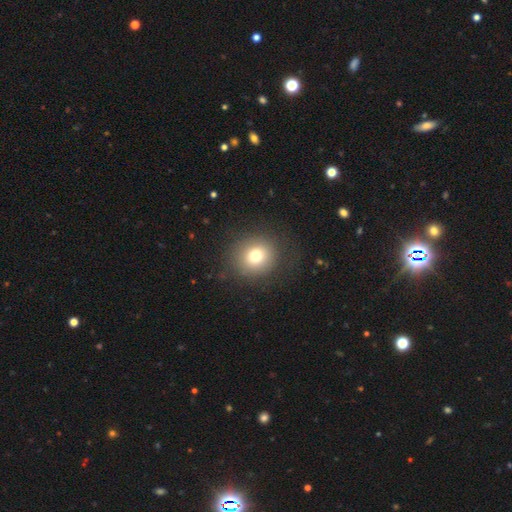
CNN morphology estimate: The model was most divided on "smooth or featured": smooth: 74%, star or artifact: 13%, featured or disk: 13%. More confident: how rounded — round (87%); merging — none (83%).